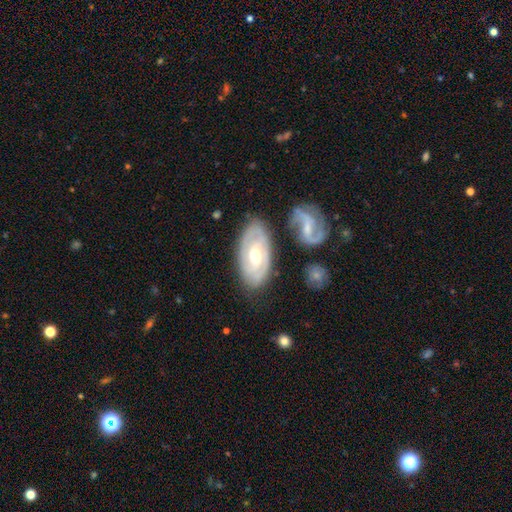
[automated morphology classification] featured or disk 75%, smooth 20%, star or artifact 5%. Down the decision tree: edge-on disk — no (91%); bar — no (50%); spiral arms — yes (85%); spiral arm count — 2 (54%); spiral winding — tight (59%); bulge size — moderate (71%); merging — none (74%).